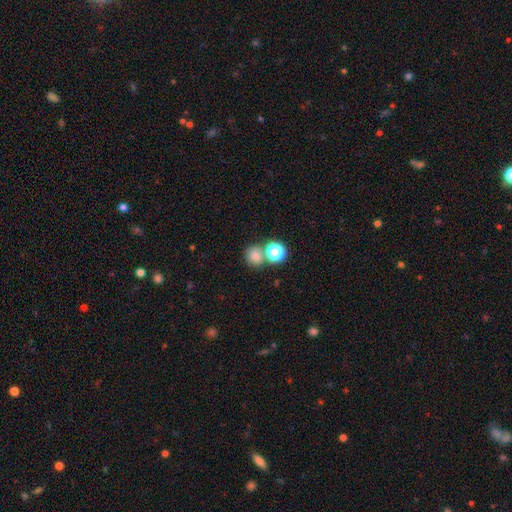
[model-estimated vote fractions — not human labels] Smooth or featured?
  - smooth: 76% *
  - star or artifact: 17%
  - featured or disk: 8%
How rounded?
  - round: 81% *
  - in between: 18%
  - cigar-shaped: 1%
Merging?
  - none: 61% *
  - merger: 28%
  - minor disturbance: 8%
  - major disturbance: 3%